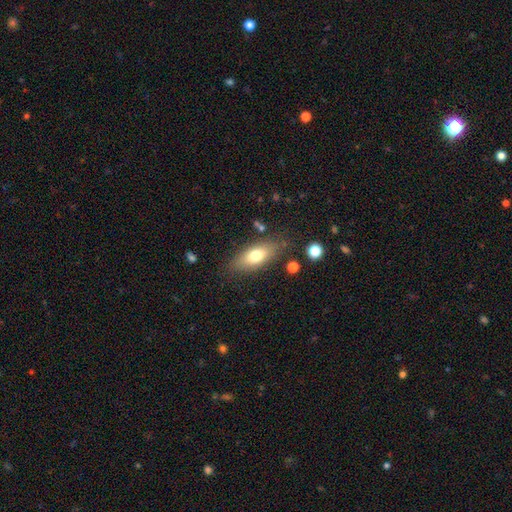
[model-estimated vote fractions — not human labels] The model was most divided on "smooth or featured": smooth: 72%, featured or disk: 20%, star or artifact: 7%. More confident: merging — none (78%); how rounded — in between (76%).